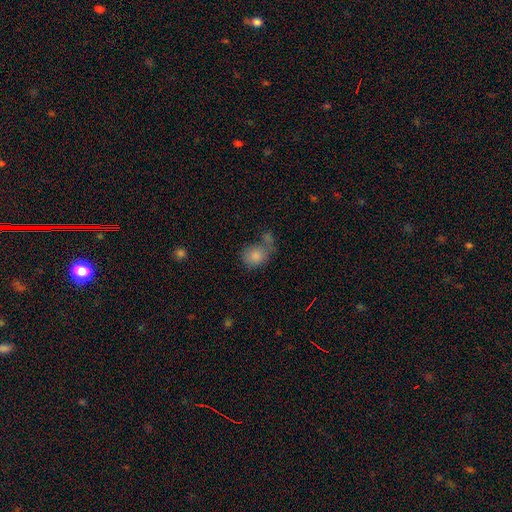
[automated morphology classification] smooth_or_featured: smooth (p=0.83) [alt: star or artifact p=0.09]
how_rounded: round (p=0.60) [alt: in between p=0.39]
merging: none (p=0.38) [alt: merger p=0.33]